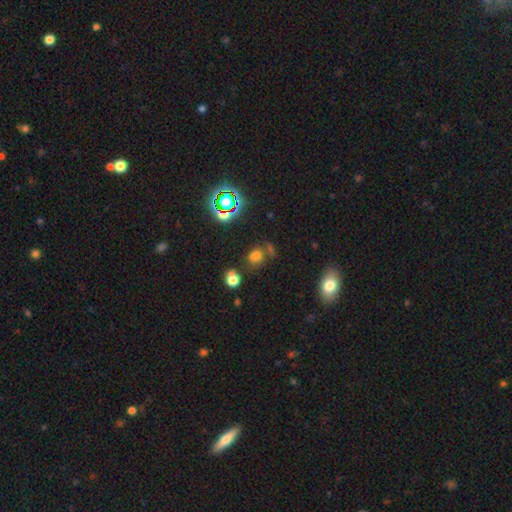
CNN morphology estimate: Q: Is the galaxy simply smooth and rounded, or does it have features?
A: smooth — 61%.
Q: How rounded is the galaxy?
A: round — 66%.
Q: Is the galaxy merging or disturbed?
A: none — 59%.